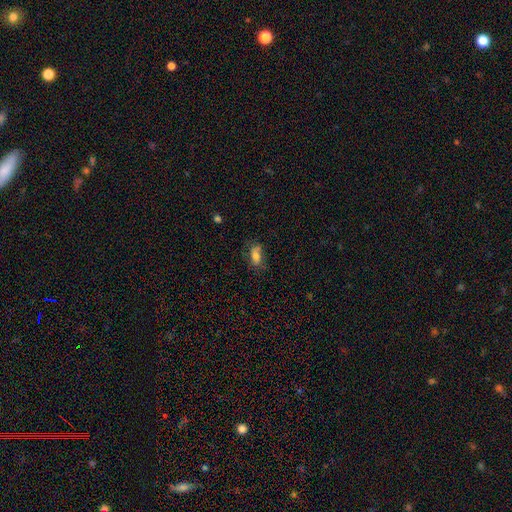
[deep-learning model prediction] Smooth or featured? smooth (65%)
How rounded? in between (82%)
Merging? none (61%)